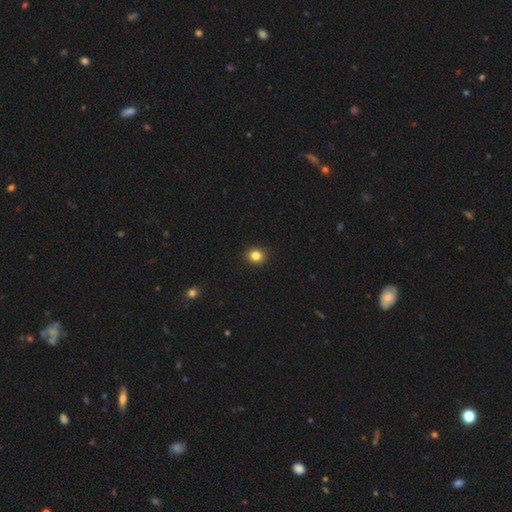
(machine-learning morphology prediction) Smooth or featured?
  - smooth: 83% *
  - star or artifact: 12%
  - featured or disk: 5%
How rounded?
  - round: 79% *
  - in between: 20%
  - cigar-shaped: 1%
Merging?
  - none: 91% *
  - minor disturbance: 6%
  - major disturbance: 2%
  - merger: 1%